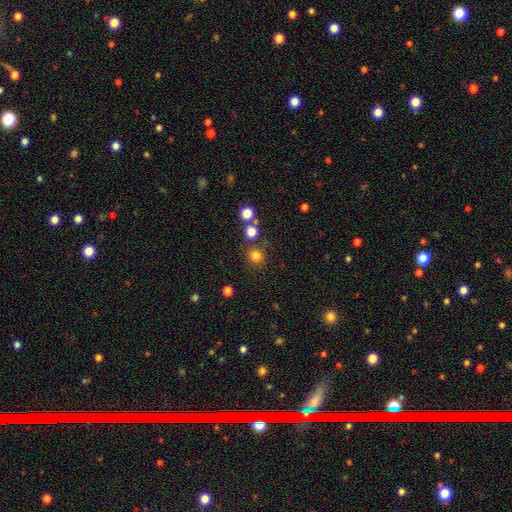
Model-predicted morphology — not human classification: Smooth or featured?
  - smooth: 80% *
  - star or artifact: 16%
  - featured or disk: 5%
How rounded?
  - round: 92% *
  - in between: 8%
  - cigar-shaped: 1%
Merging?
  - none: 81% *
  - minor disturbance: 8%
  - merger: 7%
  - major disturbance: 3%